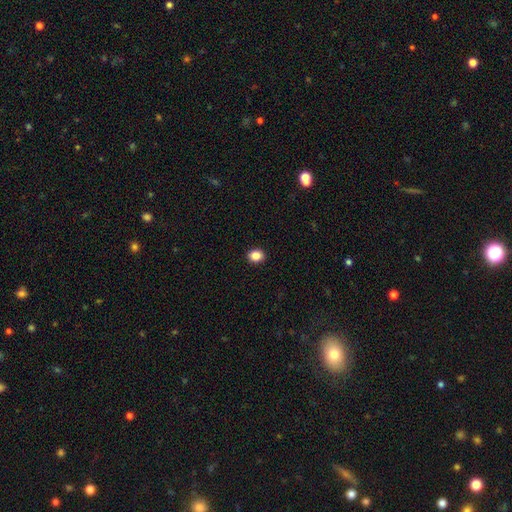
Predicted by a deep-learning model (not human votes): smooth-or-featured: smooth: 86% | star or artifact: 10% | featured or disk: 4%
  how-rounded: round: 66% | in between: 33% | cigar-shaped: 1%
  merging: none: 92% | minor disturbance: 5% | major disturbance: 2% | merger: 1%